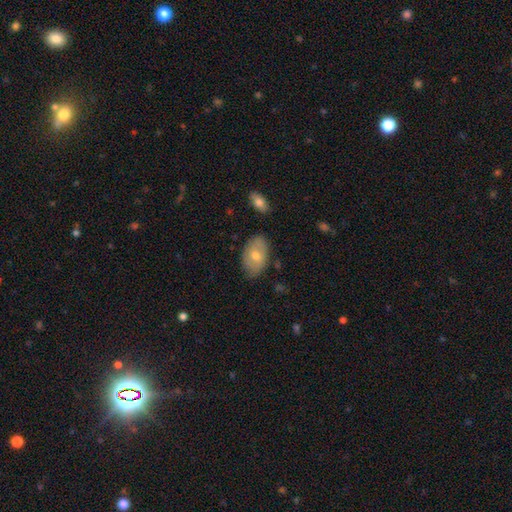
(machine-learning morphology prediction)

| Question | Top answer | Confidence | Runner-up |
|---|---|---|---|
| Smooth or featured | smooth | 58% | featured or disk (34%) |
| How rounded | in between | 91% | round (7%) |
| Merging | none | 80% | minor disturbance (15%) |